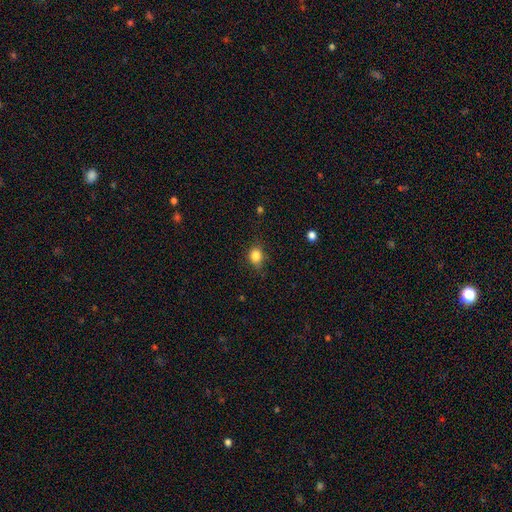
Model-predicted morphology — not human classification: Smooth or featured? smooth (84%)
How rounded? round (61%)
Merging? none (74%)